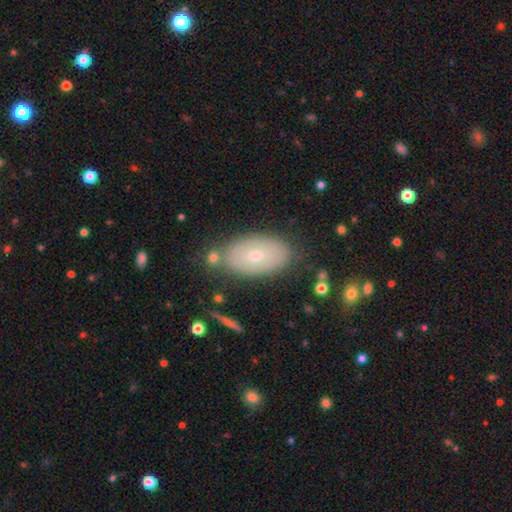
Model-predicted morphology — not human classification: type=smooth (58%); roundness=in between (93%); merging=none (78%).